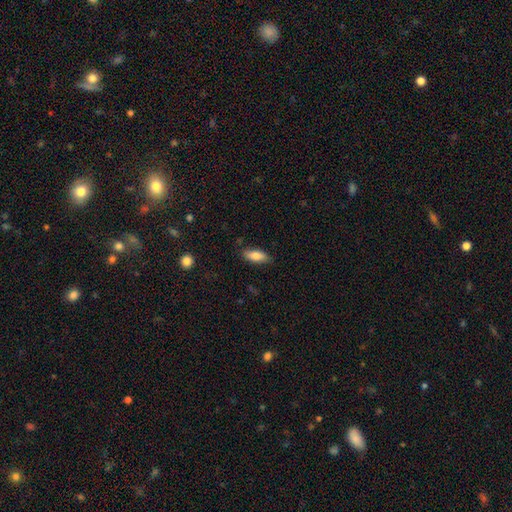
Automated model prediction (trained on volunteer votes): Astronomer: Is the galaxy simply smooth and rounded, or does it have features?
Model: smooth — 81%.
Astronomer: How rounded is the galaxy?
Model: in between — 79%.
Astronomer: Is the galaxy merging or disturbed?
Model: none — 83%.